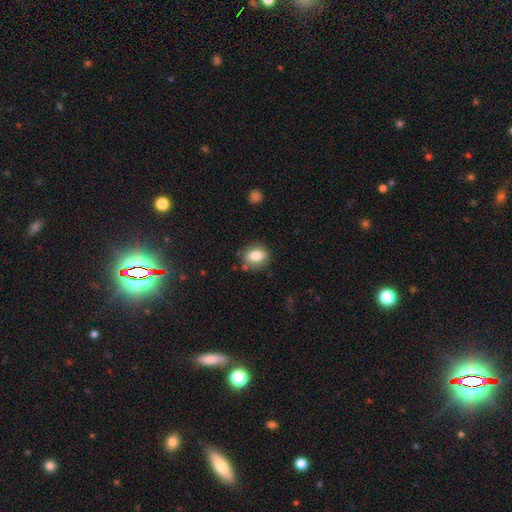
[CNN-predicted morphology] Smooth or featured: smooth — 79% (featured or disk — 12%)
How rounded: in between — 52% (round — 46%)
Merging: none — 79% (minor disturbance — 14%)